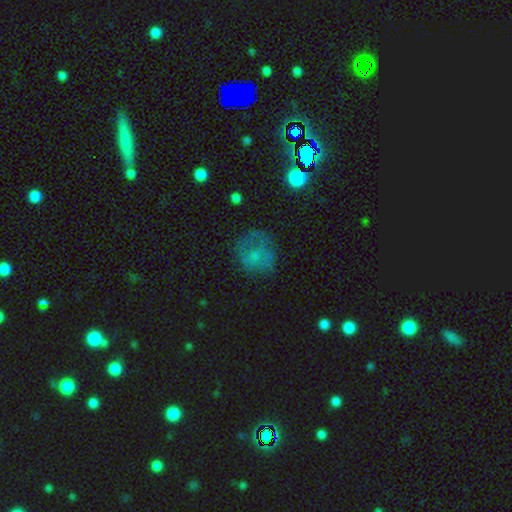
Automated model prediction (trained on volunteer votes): smooth 56%, featured or disk 29%, star or artifact 15%. Down the decision tree: how rounded — round (79%); merging — none (57%).